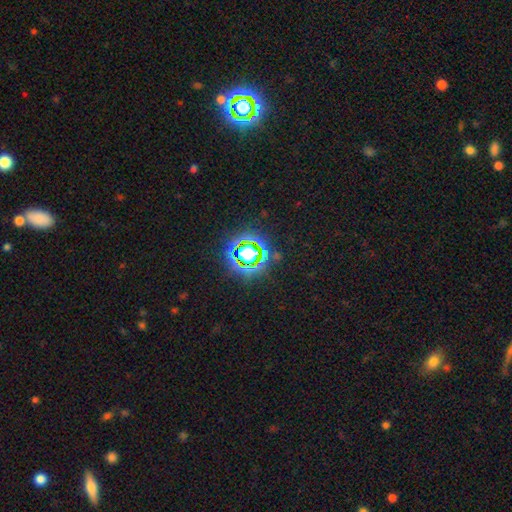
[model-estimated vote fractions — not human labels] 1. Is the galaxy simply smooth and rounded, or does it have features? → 80% star or artifact, 12% smooth, 7% featured or disk.